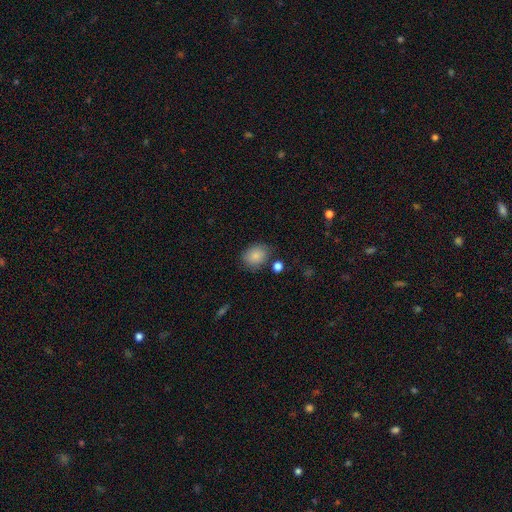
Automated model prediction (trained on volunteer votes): Smooth or featured? smooth (85%)
How rounded? in between (51%)
Merging? none (77%)